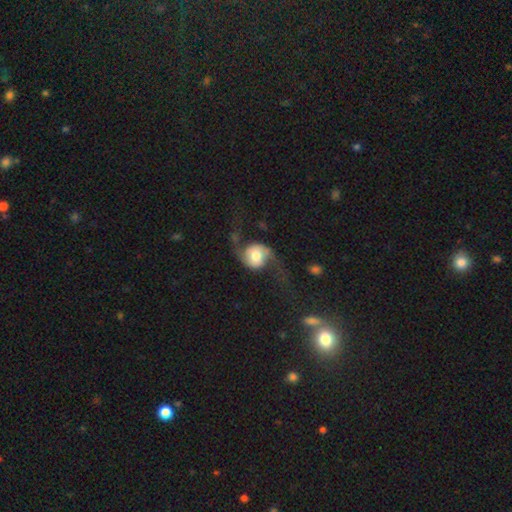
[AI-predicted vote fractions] Smooth or featured? Predicted: featured or disk (p=0.75). Edge-on disk? Predicted: no (p=0.96). Bar? Predicted: no (p=0.58). Spiral arms? Predicted: yes (p=0.94). Spiral winding? Predicted: loose (p=0.85). Spiral arm count? Predicted: 2 (p=0.93). Bulge size? Predicted: moderate (p=0.42). Merging? Predicted: none (p=0.58).